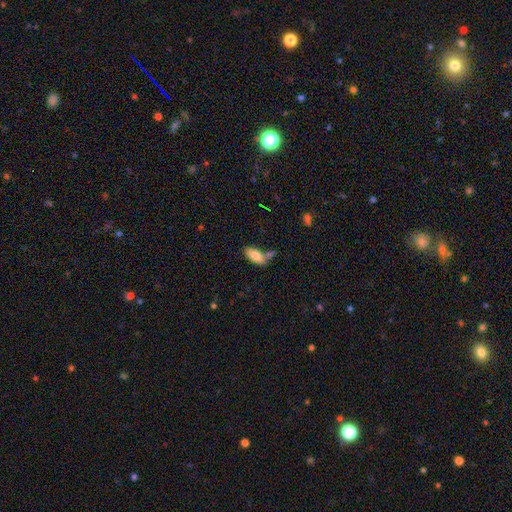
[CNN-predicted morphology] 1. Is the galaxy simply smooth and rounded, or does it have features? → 85% smooth, 8% featured or disk, 7% star or artifact.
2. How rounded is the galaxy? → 89% in between, 9% cigar-shaped, 2% round.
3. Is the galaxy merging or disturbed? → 60% none, 19% merger, 17% minor disturbance, 5% major disturbance.